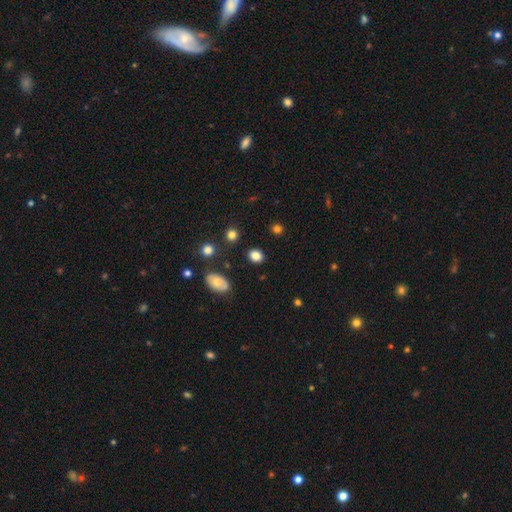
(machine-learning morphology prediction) smooth-or-featured: smooth: 84% | star or artifact: 10% | featured or disk: 6%
  how-rounded: in between: 54% | round: 45% | cigar-shaped: 1%
  merging: none: 85% | minor disturbance: 9% | major disturbance: 3% | merger: 2%